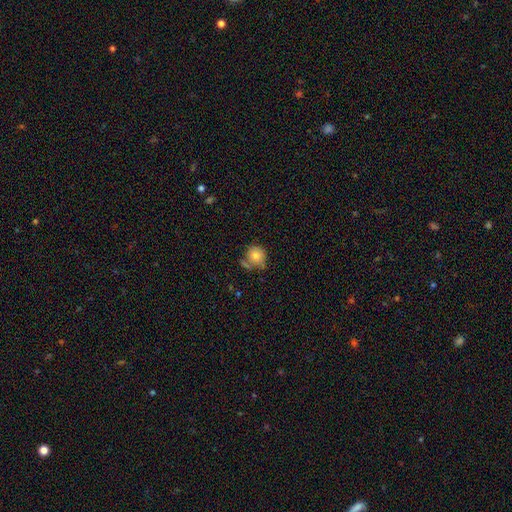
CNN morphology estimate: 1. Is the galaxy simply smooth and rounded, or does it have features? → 75% smooth, 15% featured or disk, 10% star or artifact.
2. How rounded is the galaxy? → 86% round, 13% in between, 1% cigar-shaped.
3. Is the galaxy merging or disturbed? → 56% none, 22% minor disturbance, 14% merger, 8% major disturbance.